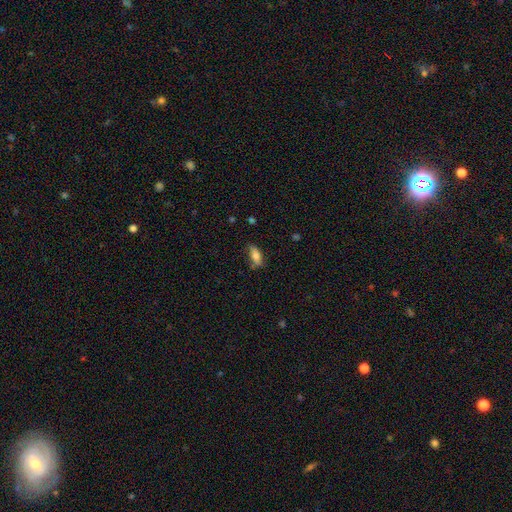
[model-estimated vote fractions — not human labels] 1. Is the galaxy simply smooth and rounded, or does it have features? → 77% smooth, 15% featured or disk, 8% star or artifact.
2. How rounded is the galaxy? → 77% in between, 20% cigar-shaped, 3% round.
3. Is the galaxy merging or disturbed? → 73% none, 20% minor disturbance, 4% major disturbance, 3% merger.